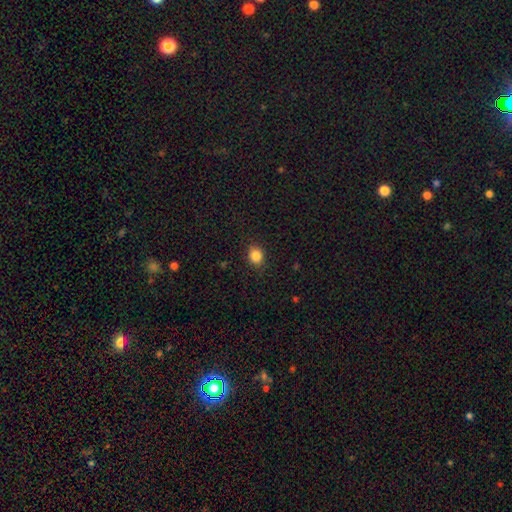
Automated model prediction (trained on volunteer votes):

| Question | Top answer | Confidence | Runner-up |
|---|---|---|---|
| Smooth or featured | smooth | 85% | star or artifact (11%) |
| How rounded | round | 66% | in between (33%) |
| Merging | none | 87% | minor disturbance (10%) |